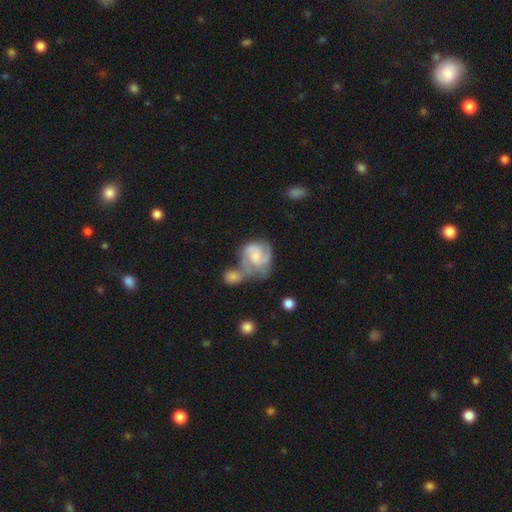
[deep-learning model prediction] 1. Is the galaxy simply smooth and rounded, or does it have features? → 74% featured or disk, 21% smooth, 6% star or artifact.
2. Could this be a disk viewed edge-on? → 98% no, 2% yes.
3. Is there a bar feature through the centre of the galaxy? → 61% no, 33% weak, 6% strong.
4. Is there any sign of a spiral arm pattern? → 92% yes, 8% no.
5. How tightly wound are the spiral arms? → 45% medium, 41% tight, 14% loose.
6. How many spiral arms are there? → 62% 2, 15% can't tell, 14% 3, 5% 1, 3% 4, 2% more than 4.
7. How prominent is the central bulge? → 46% small, 35% moderate, 12% none, 5% large, 2% dominant.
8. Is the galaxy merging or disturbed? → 49% merger, 24% none, 14% minor disturbance, 12% major disturbance.